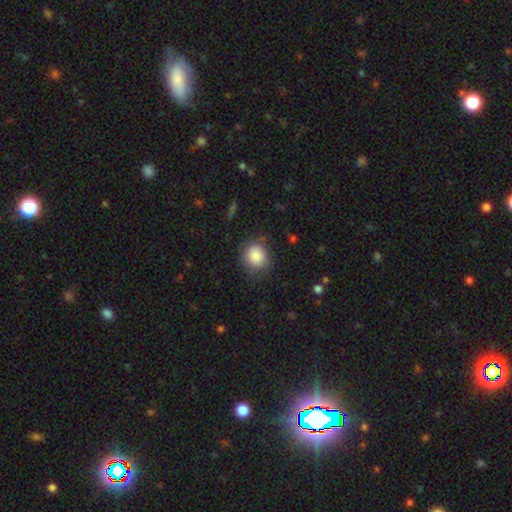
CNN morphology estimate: smooth 84%, star or artifact 9%, featured or disk 7%. Down the decision tree: how rounded — round (79%); merging — none (75%).